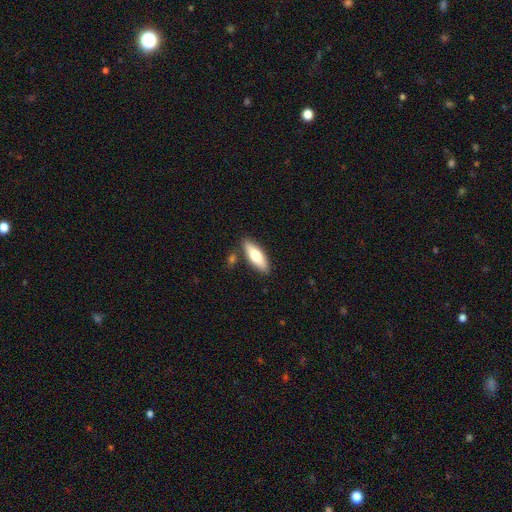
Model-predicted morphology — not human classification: This is likely a smooth galaxy (70%). How rounded: likely in between (61%). Merging: clearly none (83%).